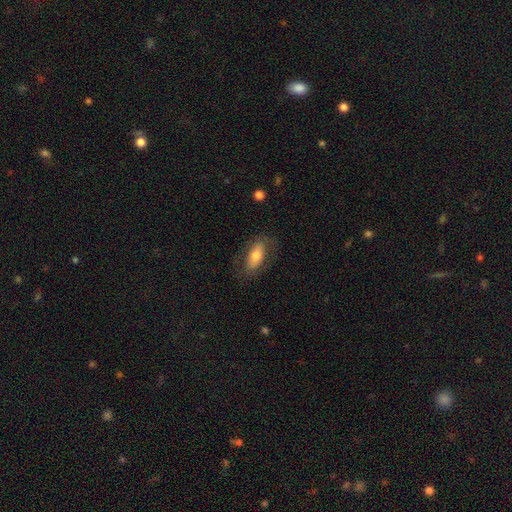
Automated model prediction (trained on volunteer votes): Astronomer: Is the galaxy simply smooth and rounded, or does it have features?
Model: smooth — 67%.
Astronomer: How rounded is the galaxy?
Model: in between — 84%.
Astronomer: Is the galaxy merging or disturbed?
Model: none — 75%.